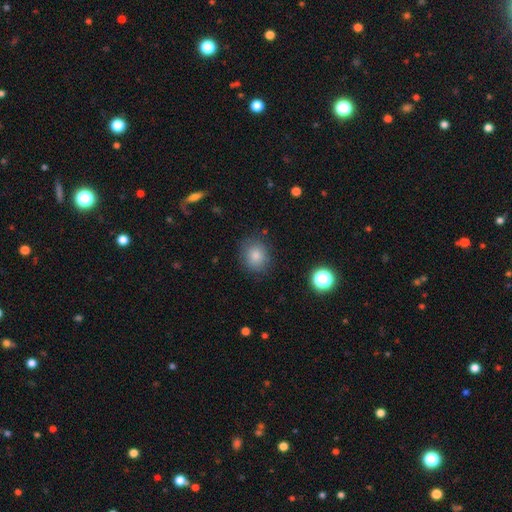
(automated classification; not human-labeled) Smooth or featured: smooth — 83% (star or artifact — 11%)
How rounded: round — 79% (in between — 20%)
Merging: none — 83% (minor disturbance — 12%)